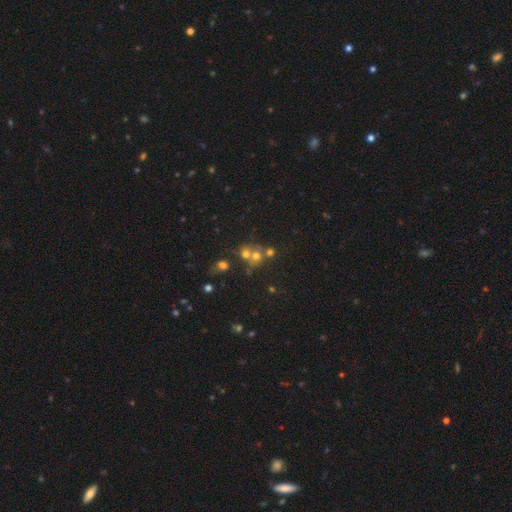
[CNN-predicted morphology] This is possibly a smooth galaxy (58%). How rounded: clearly round (80%). Merging: marginally merger (45%).